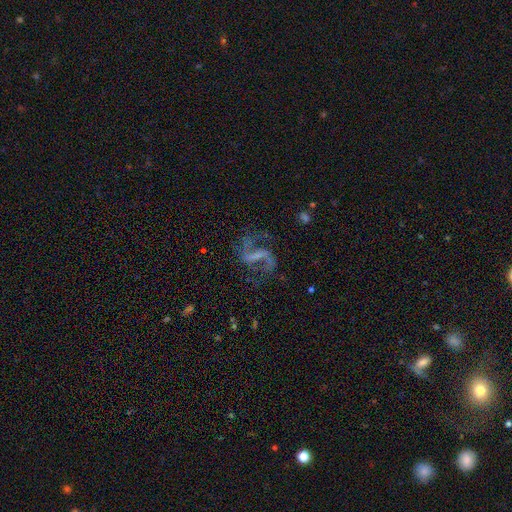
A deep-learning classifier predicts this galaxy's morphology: Smooth or featured: featured or disk — 83% (star or artifact — 11%)
Edge-on disk: no — 97% (yes — 3%)
Bar: strong — 49% (weak — 36%)
Spiral arms: yes — 93% (no — 7%)
Spiral winding: loose — 64% (medium — 29%)
Spiral arm count: 2 — 90% (can't tell — 3%)
Bulge size: none — 59% (small — 28%)
Merging: none — 67% (major disturbance — 16%)